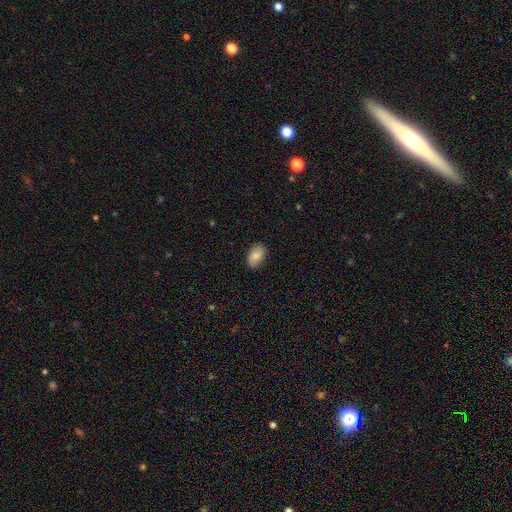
This appears to be a smooth galaxy with no disk features (98%) that is in between round and cigar-shaped (100%). Merging: none (92%).